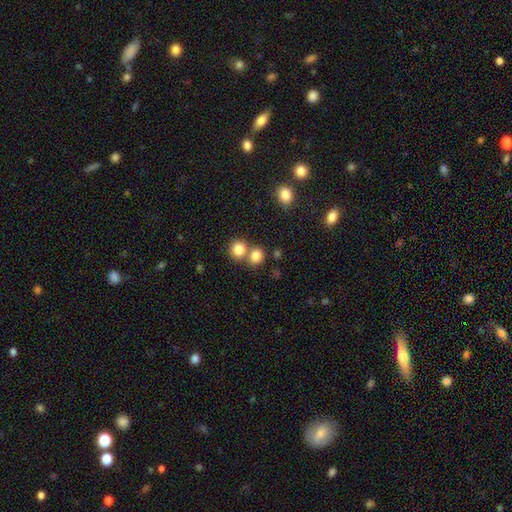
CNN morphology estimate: This is clearly a smooth galaxy (82%). How rounded: likely round (74%). Merging: possibly none (52%).